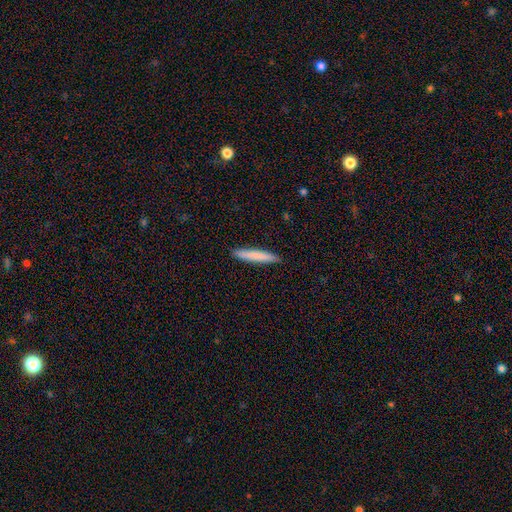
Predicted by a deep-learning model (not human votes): smooth 79%, featured or disk 16%, star or artifact 6%. Down the decision tree: how rounded — cigar-shaped (95%); merging — none (92%).